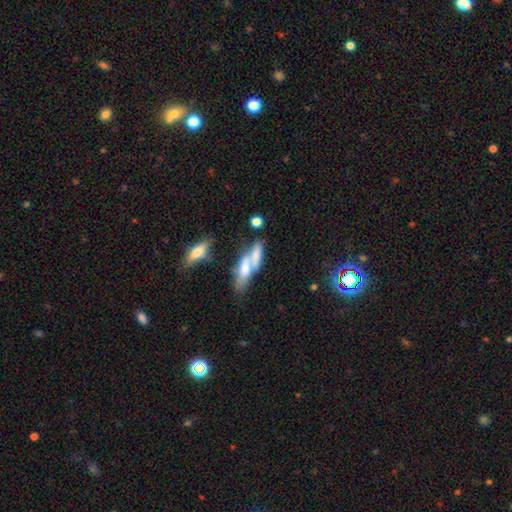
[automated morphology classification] Smooth or featured? Predicted: smooth (p=0.60). How rounded? Predicted: in between (p=0.52). Merging? Predicted: merger (p=0.57).